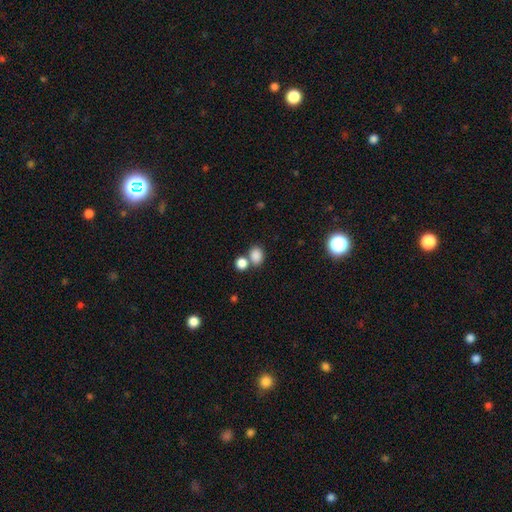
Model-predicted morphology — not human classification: smooth_or_featured: smooth (p=0.84) [alt: star or artifact p=0.11]
how_rounded: in between (p=0.50) [alt: round p=0.48]
merging: none (p=0.55) [alt: merger p=0.32]